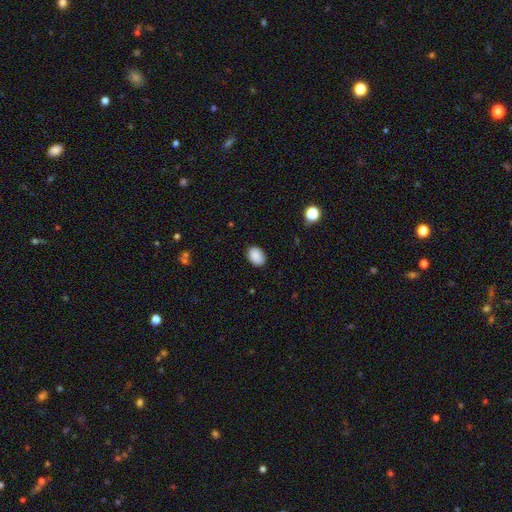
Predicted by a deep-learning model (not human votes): Q: Smooth or featured?
A: smooth (89%); runner-up: star or artifact (8%)
Q: How rounded?
A: in between (77%); runner-up: round (22%)
Q: Merging?
A: none (87%); runner-up: minor disturbance (10%)